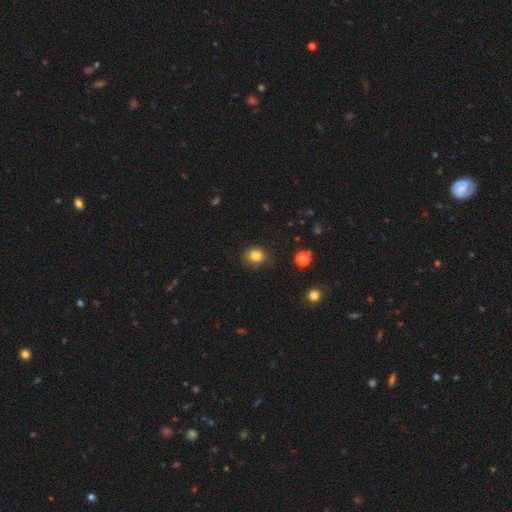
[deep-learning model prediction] Q: Smooth or featured?
A: smooth (85%); runner-up: star or artifact (11%)
Q: How rounded?
A: round (77%); runner-up: in between (22%)
Q: Merging?
A: none (88%); runner-up: minor disturbance (9%)